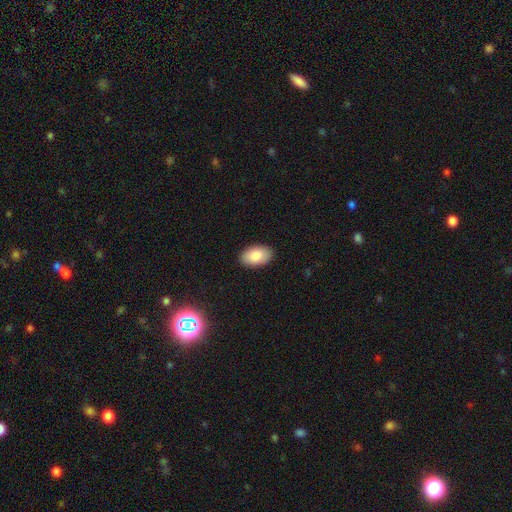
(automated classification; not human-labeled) Q: Smooth or featured?
A: smooth (85%); runner-up: featured or disk (9%)
Q: How rounded?
A: in between (94%); runner-up: round (5%)
Q: Merging?
A: none (90%); runner-up: minor disturbance (8%)